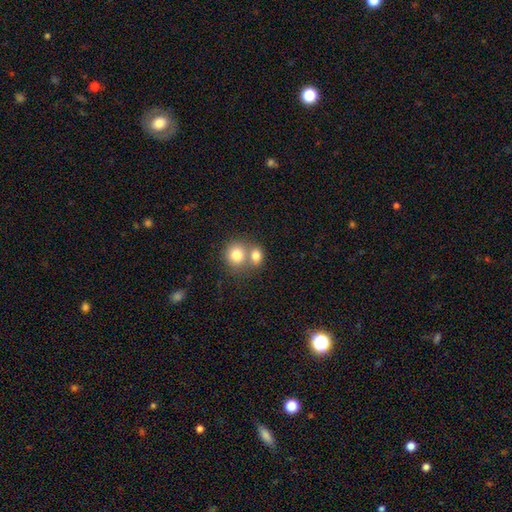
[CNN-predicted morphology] The model was most divided on "merging": merger: 55%, none: 35%, minor disturbance: 7%, major disturbance: 3%. More confident: smooth or featured — smooth (79%); how rounded — round (60%).